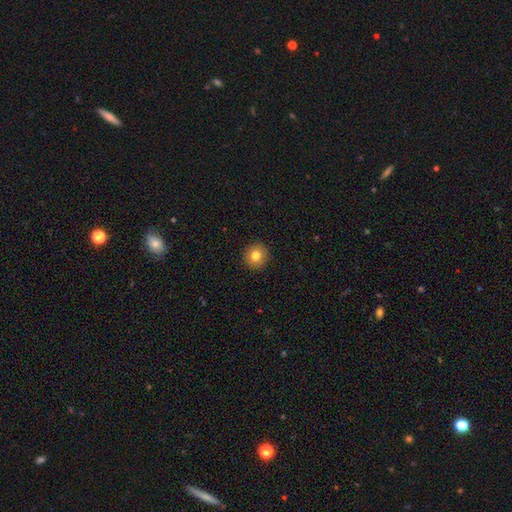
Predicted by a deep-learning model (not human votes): This is likely a smooth galaxy (79%). How rounded: clearly round (94%). Merging: clearly none (93%).